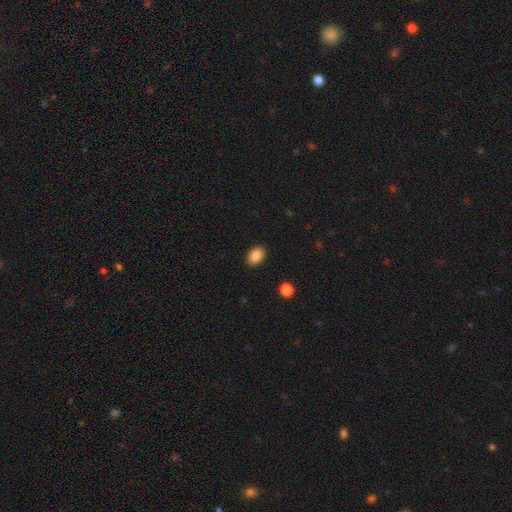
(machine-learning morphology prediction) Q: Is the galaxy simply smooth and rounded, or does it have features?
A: smooth — 87%.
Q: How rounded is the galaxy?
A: in between — 82%.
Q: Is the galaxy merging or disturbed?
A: none — 89%.